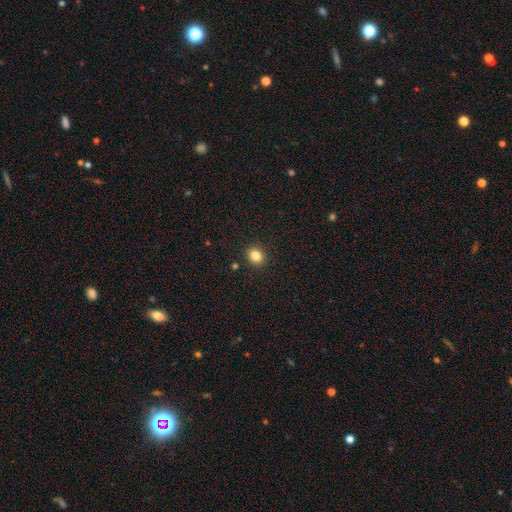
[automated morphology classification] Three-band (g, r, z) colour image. It shows a smooth galaxy with no disk features (83%) that is round (67%). Merging: none (90%).